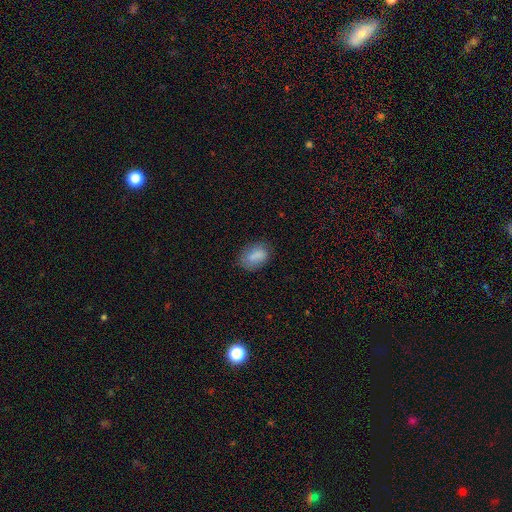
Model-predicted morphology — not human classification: smooth 83%, featured or disk 9%, star or artifact 8%. Down the decision tree: how rounded — in between (83%); merging — none (71%).